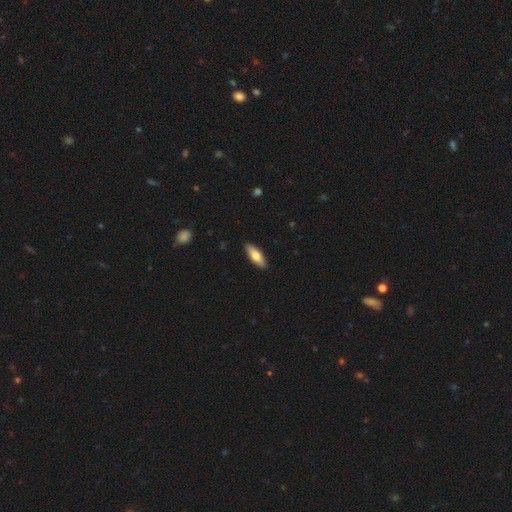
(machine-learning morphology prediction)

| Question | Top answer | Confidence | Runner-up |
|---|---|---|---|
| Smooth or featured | smooth | 70% | featured or disk (25%) |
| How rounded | in between | 61% | cigar-shaped (36%) |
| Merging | none | 90% | minor disturbance (8%) |